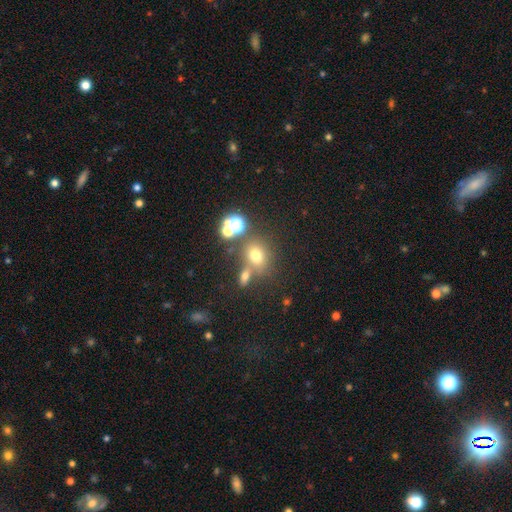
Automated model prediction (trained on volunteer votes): A smooth galaxy with no disk features (65%) that is round (66%). Merging: none (62%).